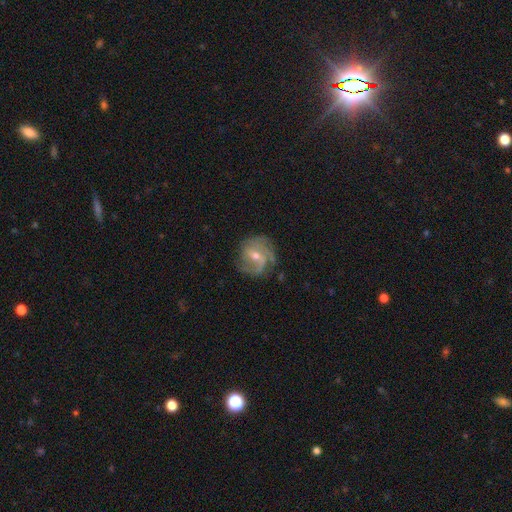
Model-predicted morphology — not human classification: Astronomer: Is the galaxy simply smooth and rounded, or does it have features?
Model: featured or disk — 82%.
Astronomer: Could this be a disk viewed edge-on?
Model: no — 97%.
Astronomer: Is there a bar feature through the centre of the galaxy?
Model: weak — 51% (runner-up: no, 30%).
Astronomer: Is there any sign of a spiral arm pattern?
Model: yes — 94%.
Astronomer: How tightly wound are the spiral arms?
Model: medium — 44% (runner-up: tight, 34%).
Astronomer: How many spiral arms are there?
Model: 2 — 39% (runner-up: 3, 24%).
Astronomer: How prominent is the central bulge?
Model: moderate — 52% (runner-up: small, 45%).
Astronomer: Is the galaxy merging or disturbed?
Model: none — 69%.